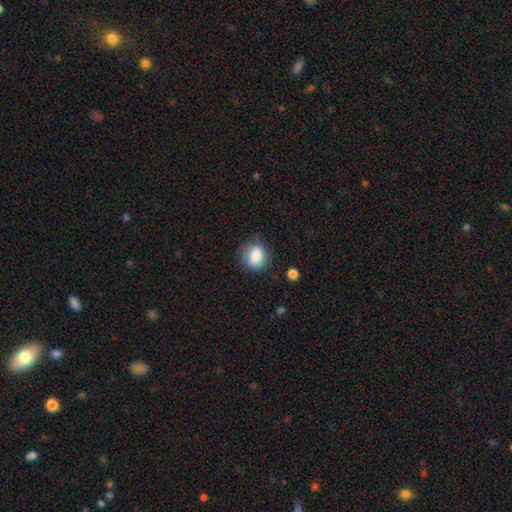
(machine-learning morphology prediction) smooth_or_featured: smooth (p=0.82) [alt: featured or disk p=0.09]
how_rounded: round (p=0.65) [alt: in between p=0.34]
merging: none (p=0.71) [alt: minor disturbance p=0.20]